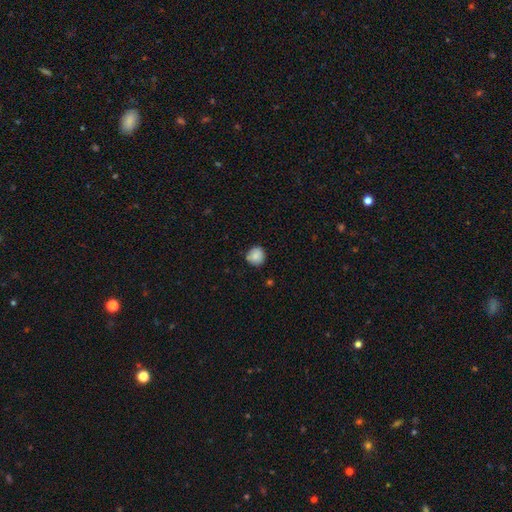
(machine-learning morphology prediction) A smooth galaxy with no disk features (85%) that is round (86%). Merging: none (76%).